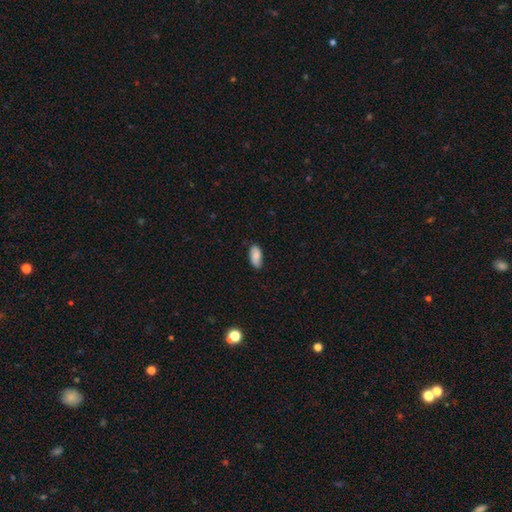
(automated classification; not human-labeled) Smooth or featured: smooth — 84% (featured or disk — 10%)
How rounded: in between — 91% (cigar-shaped — 7%)
Merging: none — 82% (minor disturbance — 15%)